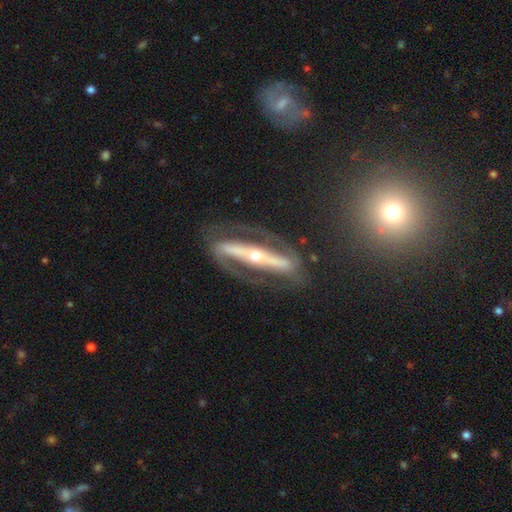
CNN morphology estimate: featured or disk 86%, smooth 8%, star or artifact 6%. Down the decision tree: edge-on disk — no (63%); bar — strong (79%); spiral arms — yes (82%); bulge size — small (51%); merging — none (71%).